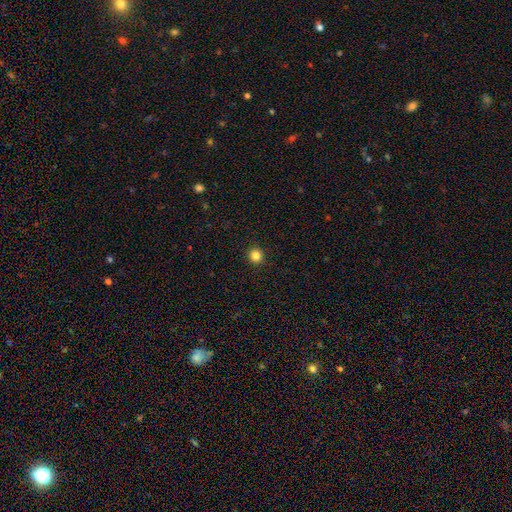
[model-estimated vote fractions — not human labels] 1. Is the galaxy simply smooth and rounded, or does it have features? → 84% smooth, 12% star or artifact, 4% featured or disk.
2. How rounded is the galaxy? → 92% round, 7% in between, 1% cigar-shaped.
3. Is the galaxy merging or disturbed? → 93% none, 4% minor disturbance, 2% major disturbance, 1% merger.